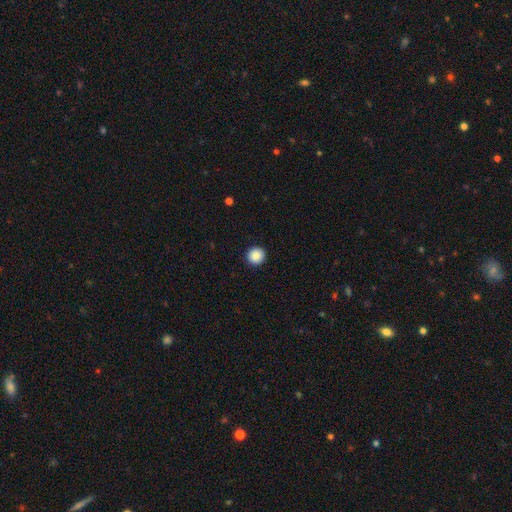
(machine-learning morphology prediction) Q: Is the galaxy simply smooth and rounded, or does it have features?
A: smooth — 89%.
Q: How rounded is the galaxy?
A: round — 94%.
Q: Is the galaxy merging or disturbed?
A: none — 93%.